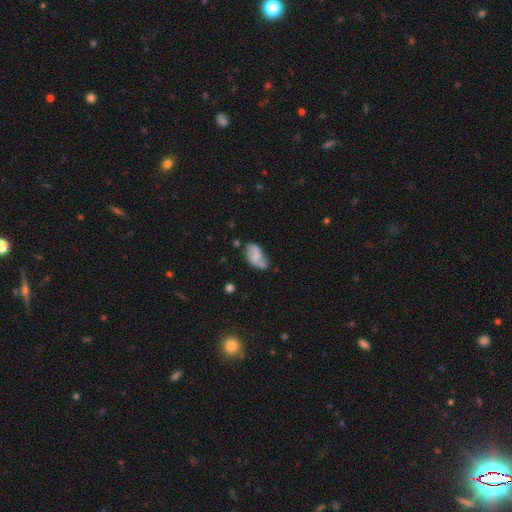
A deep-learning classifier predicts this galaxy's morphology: smooth-or-featured: featured or disk: 47% | smooth: 45% | star or artifact: 8%
  merging: none: 52% | minor disturbance: 29% | major disturbance: 11% | merger: 8%